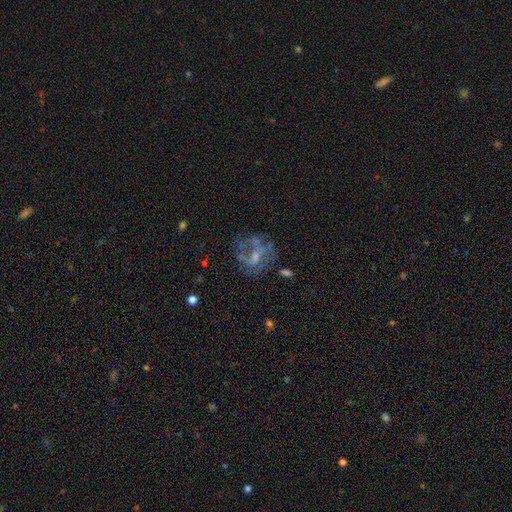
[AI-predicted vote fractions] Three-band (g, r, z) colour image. It shows a featured or disk galaxy (67%) with no bar (58%), no spiral arms (58%) and a small central bulge (42%). Merging: none (51%).